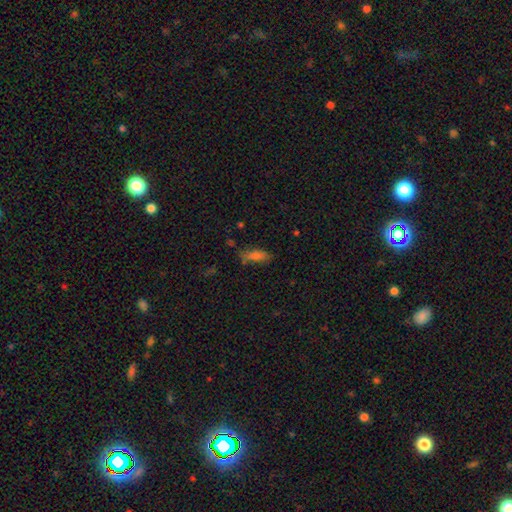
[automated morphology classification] smooth-or-featured: smooth: 70% | star or artifact: 15% | featured or disk: 15%
  how-rounded: in between: 60% | cigar-shaped: 37% | round: 3%
  merging: none: 69% | minor disturbance: 20% | major disturbance: 6% | merger: 5%